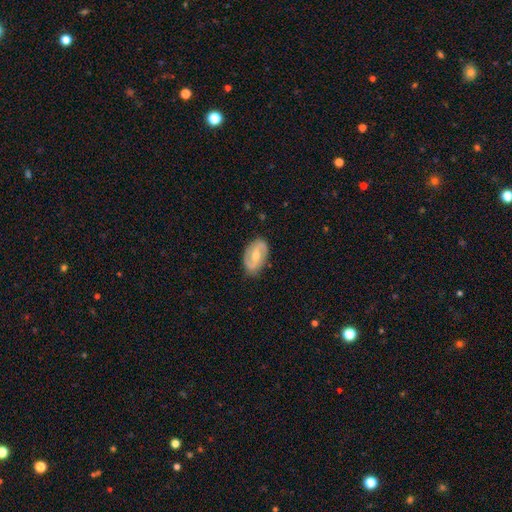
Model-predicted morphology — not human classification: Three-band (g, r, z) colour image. It shows a featured or disk galaxy (77%) with a weak bar (49%), 2 (90%) medium (46%) spiral arms (91%) and a moderate central bulge (53%). Merging: none (84%).